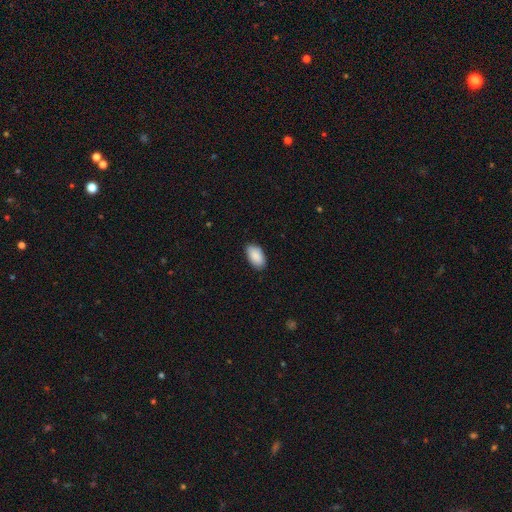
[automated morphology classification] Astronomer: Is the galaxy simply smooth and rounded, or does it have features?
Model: smooth — 90%.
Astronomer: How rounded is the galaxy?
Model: in between — 95%.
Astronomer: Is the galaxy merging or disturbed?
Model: none — 86%.